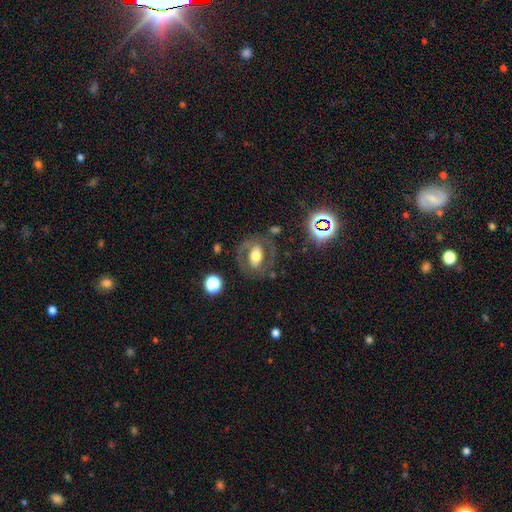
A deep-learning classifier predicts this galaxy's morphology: The model was most divided on "smooth or featured": featured or disk: 54%, smooth: 36%, star or artifact: 9%. Remaining: edge-on disk — no (93%); merging — none (72%); spiral arms — no (66%); bulge size — moderate (57%); bar — no (46%).